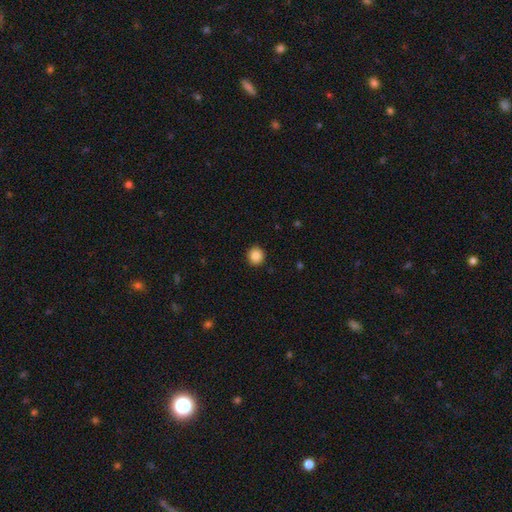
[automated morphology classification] smooth-or-featured: smooth: 86% | star or artifact: 9% | featured or disk: 4%
  how-rounded: round: 93% | in between: 6% | cigar-shaped: 1%
  merging: none: 93% | minor disturbance: 5% | major disturbance: 2% | merger: 1%